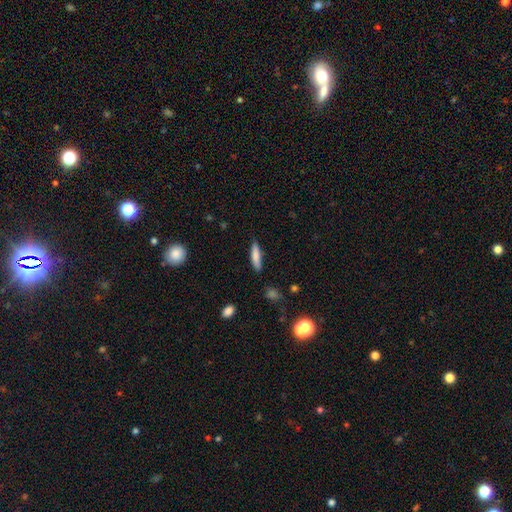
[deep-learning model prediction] Morphology: type=smooth (79%); roundness=cigar-shaped (77%); merging=none (84%).